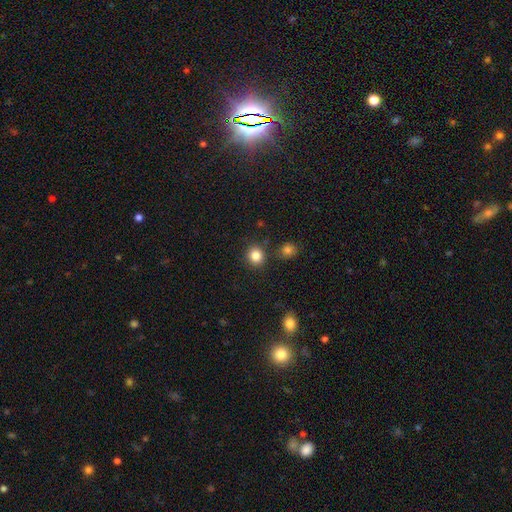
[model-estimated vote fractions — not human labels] Morphology: type=smooth (84%); roundness=round (85%); merging=none (86%).